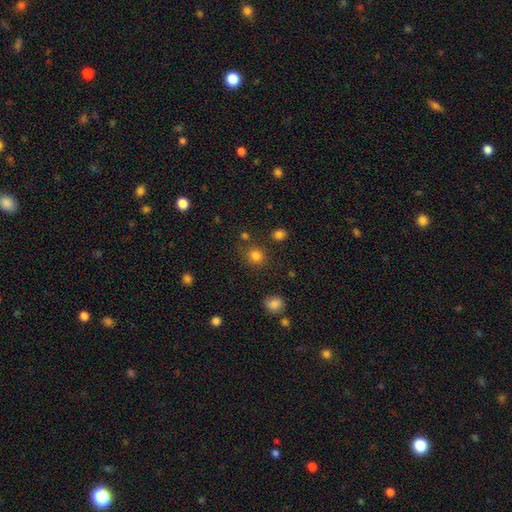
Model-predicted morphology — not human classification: A smooth galaxy with no disk features (80%) that is round (80%). Merging: none (74%).